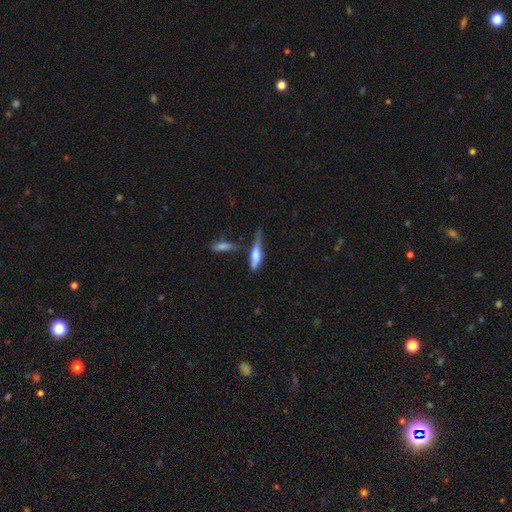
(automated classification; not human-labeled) Smooth or featured?
  - smooth: 58% *
  - featured or disk: 34%
  - star or artifact: 8%
How rounded?
  - cigar-shaped: 57% *
  - in between: 40%
  - round: 3%
Merging?
  - none: 31% *
  - minor disturbance: 29%
  - major disturbance: 22%
  - merger: 18%